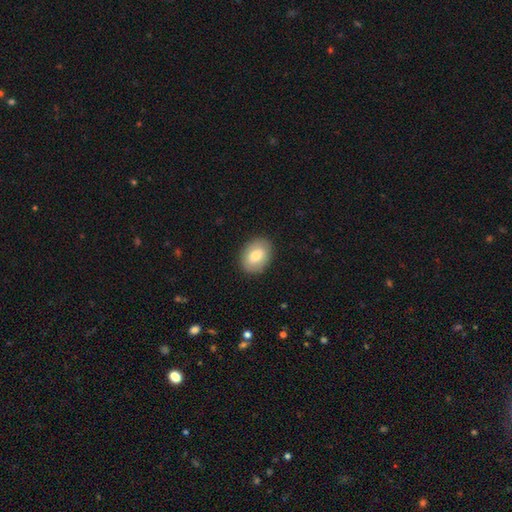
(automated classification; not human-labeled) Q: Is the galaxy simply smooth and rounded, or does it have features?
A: smooth — 75%.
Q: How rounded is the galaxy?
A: in between — 71%.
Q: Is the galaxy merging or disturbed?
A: none — 87%.